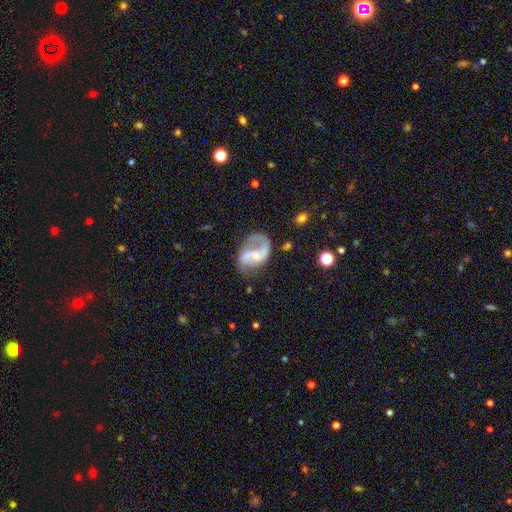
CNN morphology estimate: Smooth or featured? Predicted: featured or disk (p=0.80). Edge-on disk? Predicted: no (p=0.98). Bar? Predicted: weak (p=0.42). Spiral arms? Predicted: yes (p=0.89). Spiral winding? Predicted: loose (p=0.52). Spiral arm count? Predicted: 2 (p=0.69). Bulge size? Predicted: small (p=0.54). Merging? Predicted: none (p=0.41).